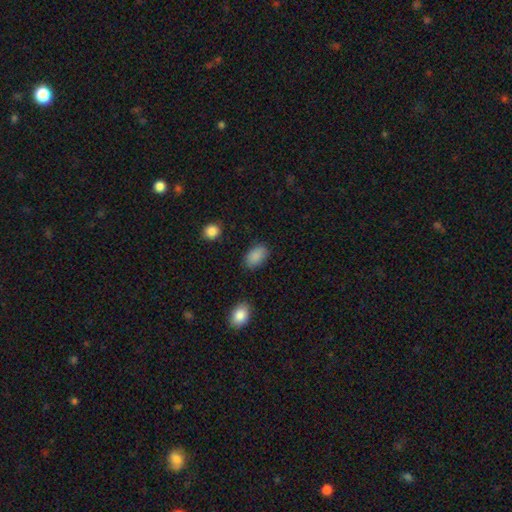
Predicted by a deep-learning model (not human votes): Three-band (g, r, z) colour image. It shows a smooth galaxy with no disk features (88%) that is in between round and cigar-shaped (90%). Merging: none (83%).